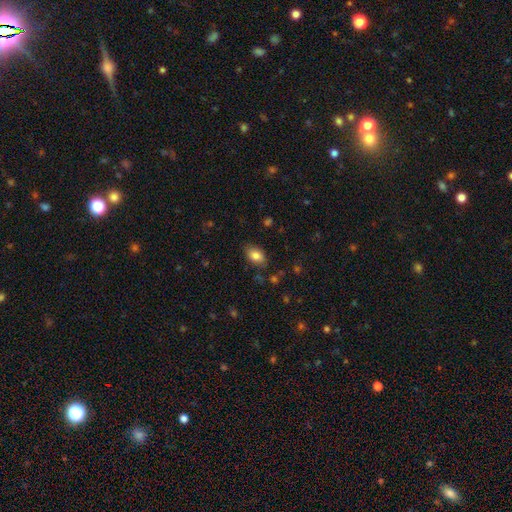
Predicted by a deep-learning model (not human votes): Smooth or featured? Predicted: smooth (p=0.83). How rounded? Predicted: in between (p=0.87). Merging? Predicted: none (p=0.82).